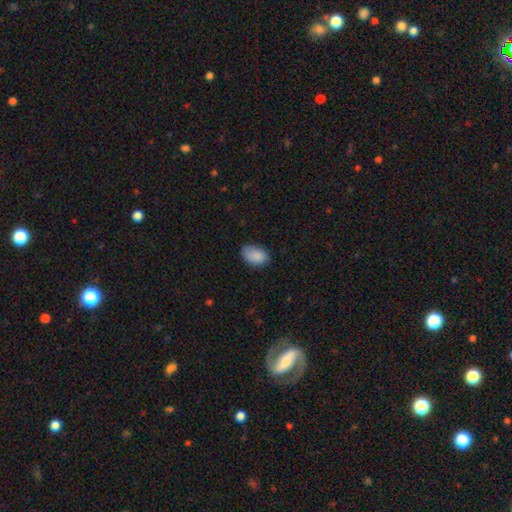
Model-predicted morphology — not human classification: smooth 87%, star or artifact 7%, featured or disk 6%. Down the decision tree: how rounded — in between (89%); merging — none (71%).